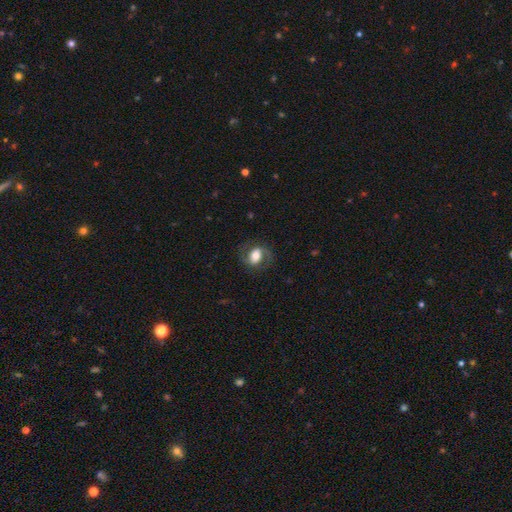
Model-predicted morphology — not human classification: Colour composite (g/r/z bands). It shows a featured or disk galaxy (55%) with a weak bar (36%), spiral arms (80%) and a moderate central bulge (53%). Merging: none (74%).